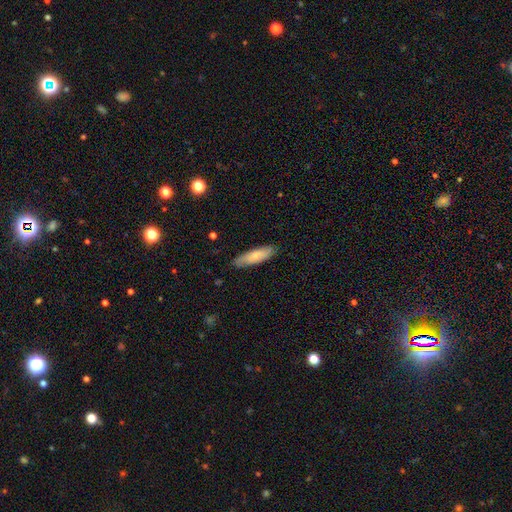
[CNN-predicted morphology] This appears to be a smooth galaxy with no disk features (71%) that is cigar-shaped (55%). Merging: none (82%).